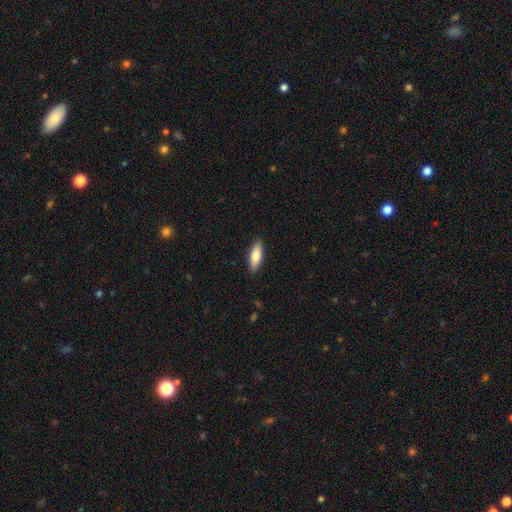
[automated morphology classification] Q: Smooth or featured?
A: smooth (75%); runner-up: featured or disk (19%)
Q: How rounded?
A: in between (59%); runner-up: cigar-shaped (39%)
Q: Merging?
A: none (89%); runner-up: minor disturbance (9%)